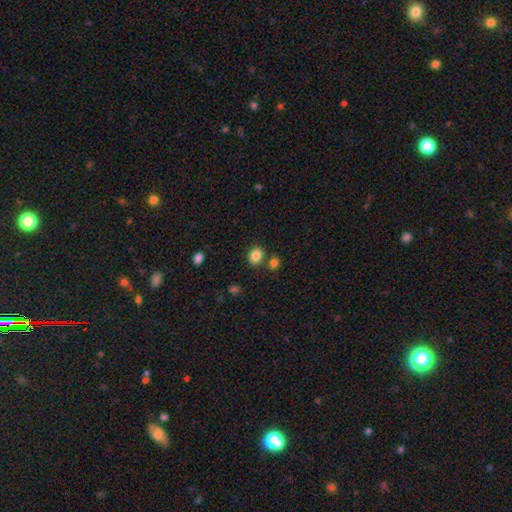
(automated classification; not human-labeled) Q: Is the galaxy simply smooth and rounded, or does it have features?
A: smooth — 85%.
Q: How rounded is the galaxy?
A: round — 64%.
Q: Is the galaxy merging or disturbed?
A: none — 76%.